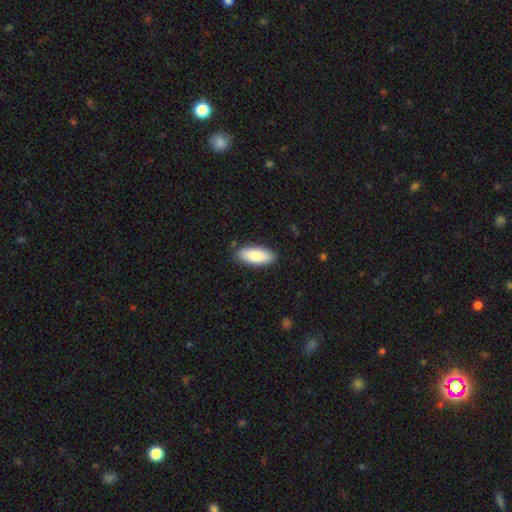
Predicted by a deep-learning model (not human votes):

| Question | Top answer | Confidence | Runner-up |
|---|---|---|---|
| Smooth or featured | smooth | 85% | featured or disk (9%) |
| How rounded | in between | 83% | cigar-shaped (15%) |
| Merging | none | 85% | minor disturbance (12%) |